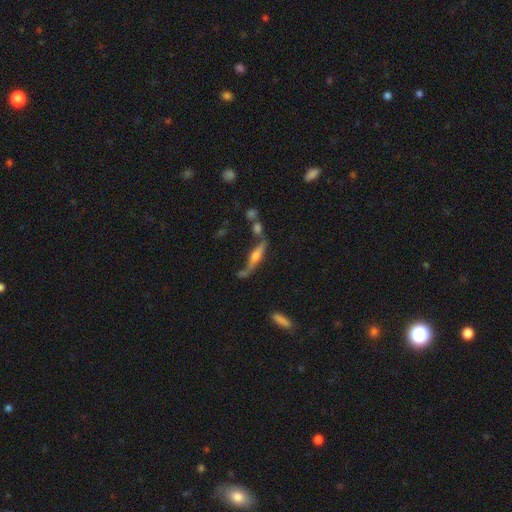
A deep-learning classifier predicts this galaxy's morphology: Smooth or featured? featured or disk (64%)
Edge-on disk? yes (90%)
Edge-on bulge? rounded (86%)
Merging? none (58%)